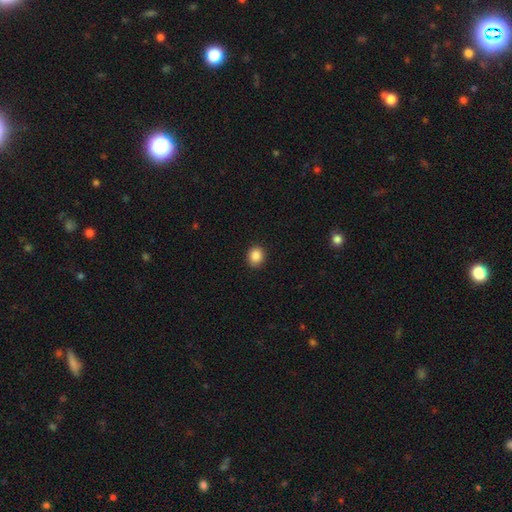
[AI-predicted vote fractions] smooth 87%, star or artifact 9%, featured or disk 4%. Down the decision tree: how rounded — round (69%); merging — none (91%).